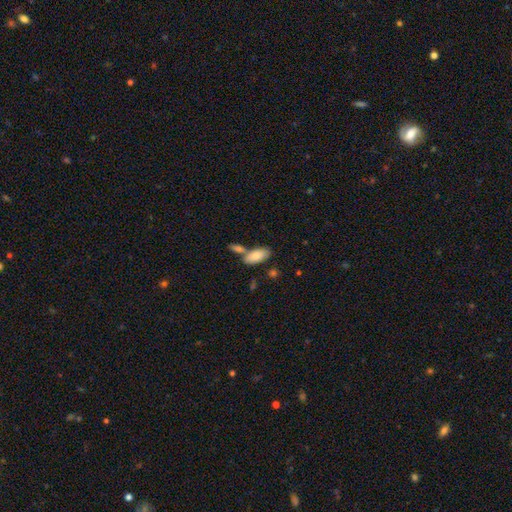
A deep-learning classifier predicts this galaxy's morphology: Smooth or featured: smooth — 80% (featured or disk — 14%)
How rounded: in between — 90% (cigar-shaped — 8%)
Merging: none — 52% (merger — 32%)